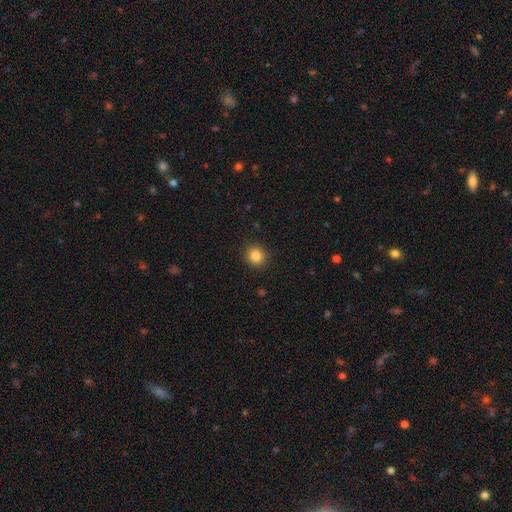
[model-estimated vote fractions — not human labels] smooth_or_featured: smooth (p=0.86) [alt: star or artifact p=0.10]
how_rounded: round (p=0.87) [alt: in between p=0.12]
merging: none (p=0.90) [alt: minor disturbance p=0.06]